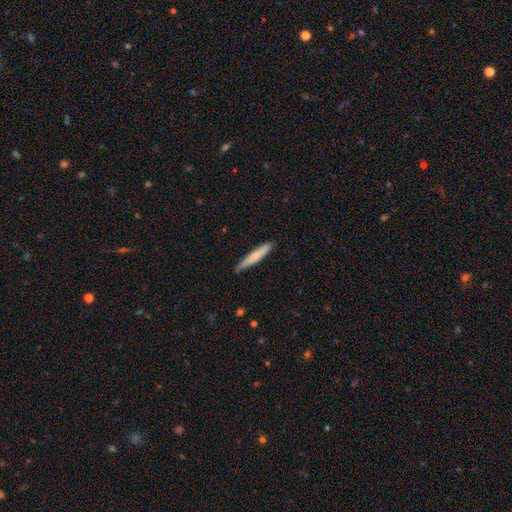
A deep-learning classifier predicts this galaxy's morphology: Q: Smooth or featured?
A: smooth (71%); runner-up: featured or disk (23%)
Q: How rounded?
A: cigar-shaped (94%); runner-up: in between (5%)
Q: Merging?
A: none (85%); runner-up: minor disturbance (12%)